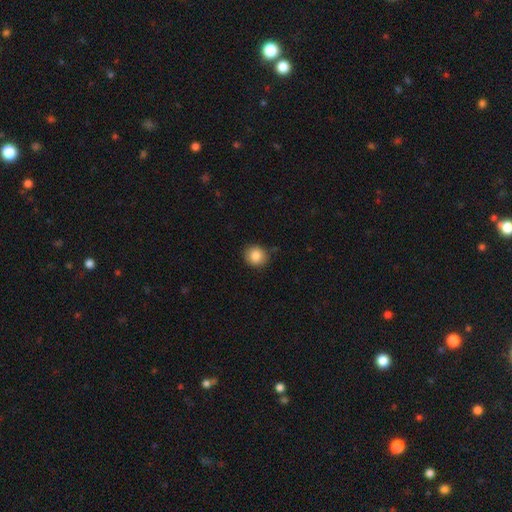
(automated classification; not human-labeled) This is clearly a smooth galaxy (86%). How rounded: clearly round (85%). Merging: clearly none (85%).